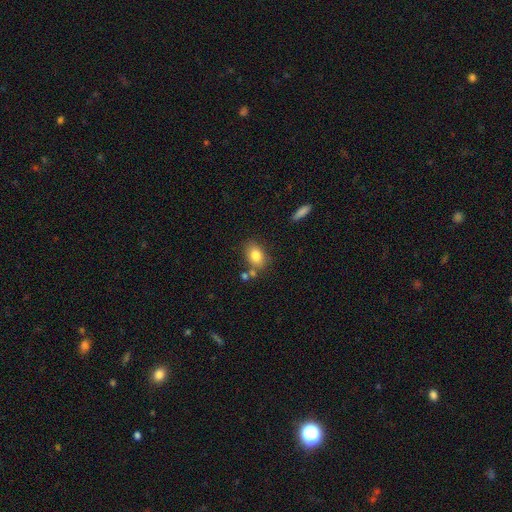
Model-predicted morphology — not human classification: Smooth or featured?
  - smooth: 81% *
  - featured or disk: 10%
  - star or artifact: 9%
How rounded?
  - in between: 75% *
  - round: 23%
  - cigar-shaped: 1%
Merging?
  - none: 71% *
  - minor disturbance: 14%
  - merger: 10%
  - major disturbance: 4%